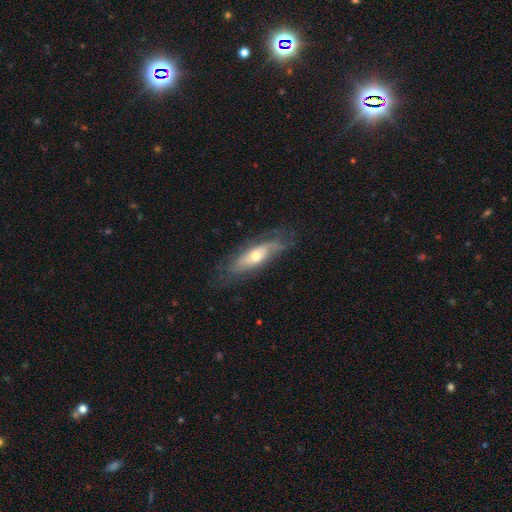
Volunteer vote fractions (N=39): Q: Smooth or featured?
A: featured or disk (67%); runner-up: smooth (28%)
Q: Edge-on disk?
A: no (77%); runner-up: yes (23%)
Q: Bar?
A: no (75%); runner-up: weak (25%)
Q: Spiral arms?
A: yes (55%); runner-up: no (45%)
Q: Spiral winding?
A: tight (45%); tied with: medium (45%)
Q: Spiral arm count?
A: 2 (45%); tied with: can't tell (45%)
Q: Bulge size?
A: moderate (65%); runner-up: small (30%)
Q: Merging?
A: none (70%); runner-up: minor disturbance (19%)